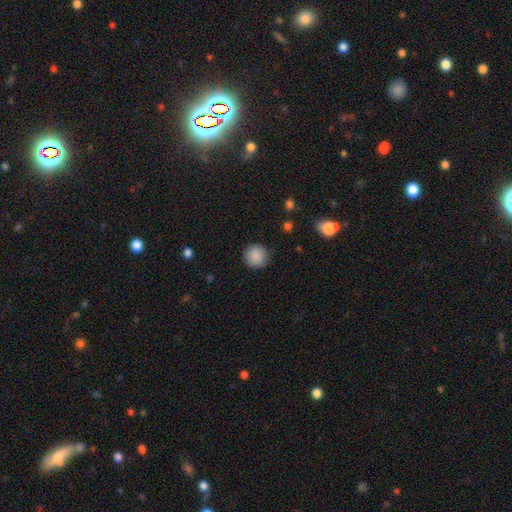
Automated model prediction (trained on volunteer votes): Smooth or featured?
  - smooth: 89% *
  - star or artifact: 8%
  - featured or disk: 3%
How rounded?
  - round: 95% *
  - in between: 4%
  - cigar-shaped: 1%
Merging?
  - none: 90% *
  - minor disturbance: 7%
  - major disturbance: 2%
  - merger: 1%